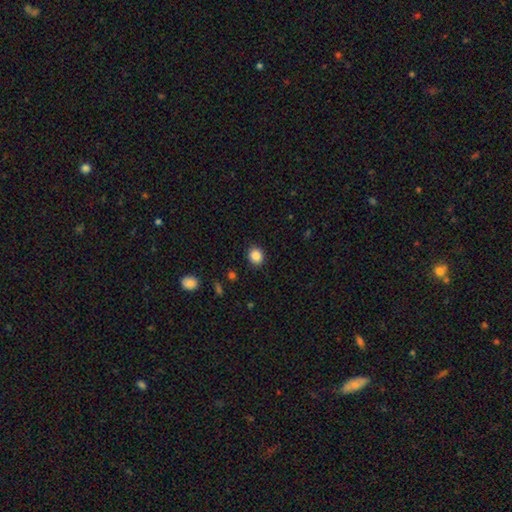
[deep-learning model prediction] A smooth galaxy with no disk features (86%) that is round (70%).

Vote fractions:
- Smooth or featured? smooth: 86% / star or artifact: 10% / featured or disk: 4%
- How rounded? round: 70% / in between: 29% / cigar-shaped: 1%
- Merging? none: 89% / minor disturbance: 8% / major disturbance: 2% / merger: 1%